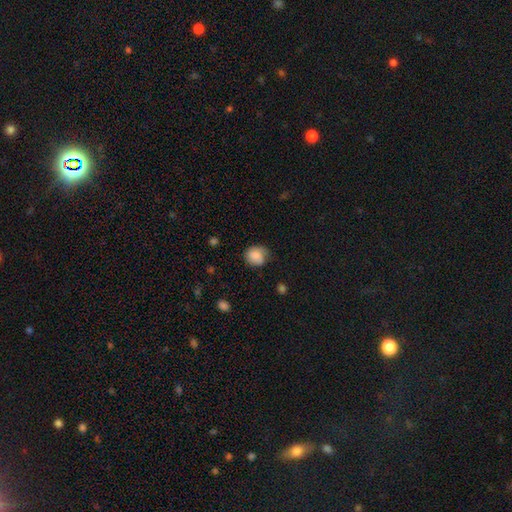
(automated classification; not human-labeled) Smooth or featured: smooth — 83% (featured or disk — 10%)
How rounded: round — 71% (in between — 28%)
Merging: none — 64% (minor disturbance — 27%)